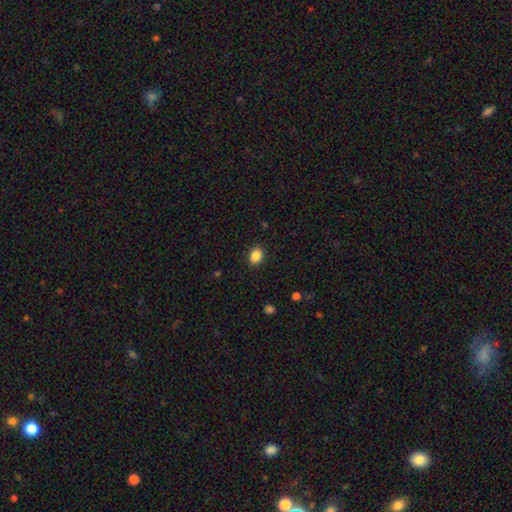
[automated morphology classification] Q: Smooth or featured?
A: smooth (87%); runner-up: star or artifact (10%)
Q: How rounded?
A: in between (62%); runner-up: round (37%)
Q: Merging?
A: none (90%); runner-up: minor disturbance (7%)